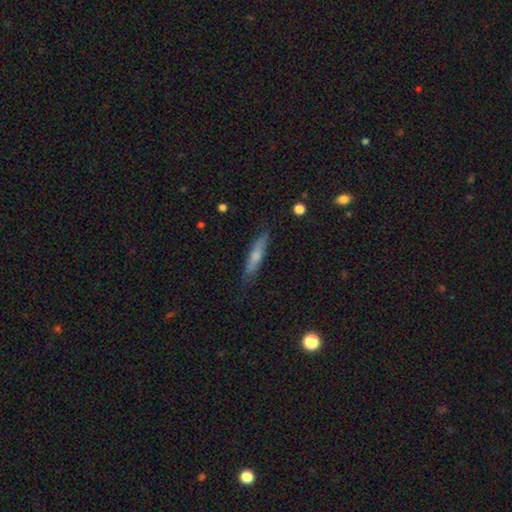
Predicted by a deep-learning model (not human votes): Morphology: type=smooth (60%); roundness=cigar-shaped (86%); merging=none (81%).